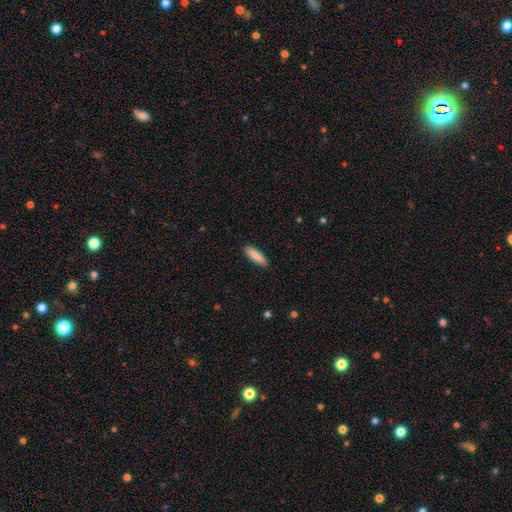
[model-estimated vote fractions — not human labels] Q: Smooth or featured?
A: smooth (87%); runner-up: featured or disk (8%)
Q: How rounded?
A: cigar-shaped (61%); runner-up: in between (38%)
Q: Merging?
A: none (90%); runner-up: minor disturbance (7%)